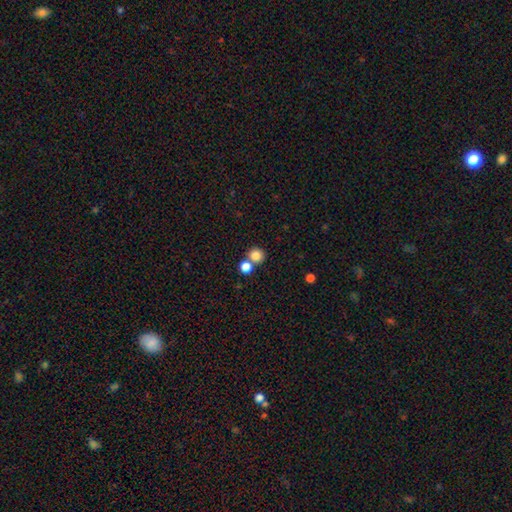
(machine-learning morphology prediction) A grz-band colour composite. It shows a smooth galaxy with no disk features (83%) that is round (90%). Merging: none (61%).